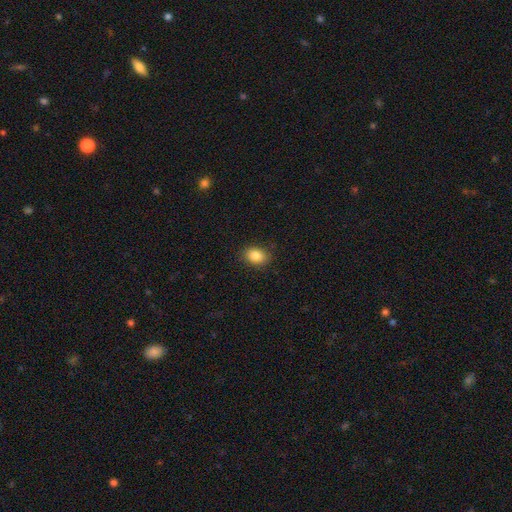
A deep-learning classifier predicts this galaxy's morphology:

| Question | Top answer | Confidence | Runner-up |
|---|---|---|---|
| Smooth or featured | smooth | 86% | star or artifact (9%) |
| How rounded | in between | 68% | round (31%) |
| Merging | none | 85% | minor disturbance (11%) |